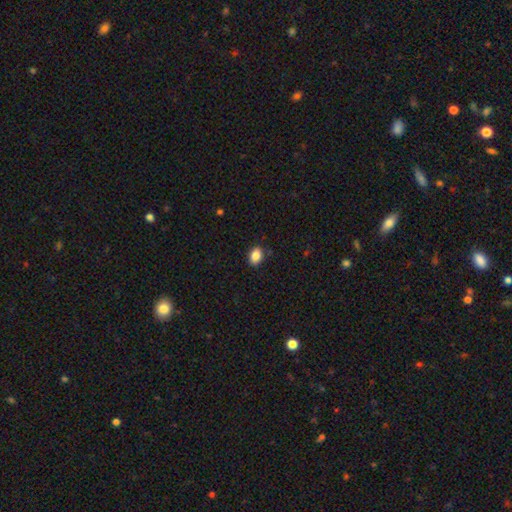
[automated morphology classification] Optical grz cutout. It shows a smooth galaxy with no disk features (87%) that is in between round and cigar-shaped (75%). Merging: none (87%).